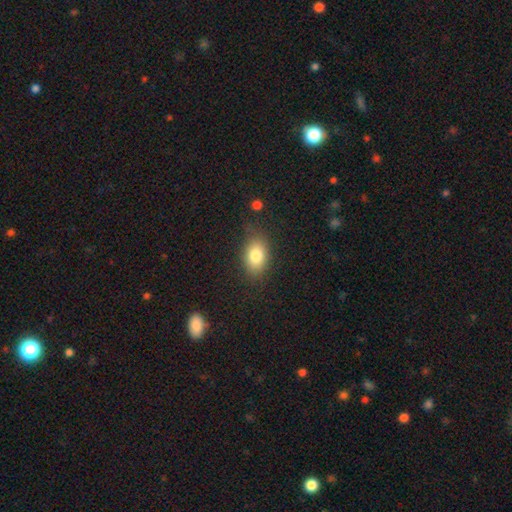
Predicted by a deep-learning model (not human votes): This appears to be a smooth galaxy with no disk features (81%) that is in between round and cigar-shaped (83%). Merging: none (77%).